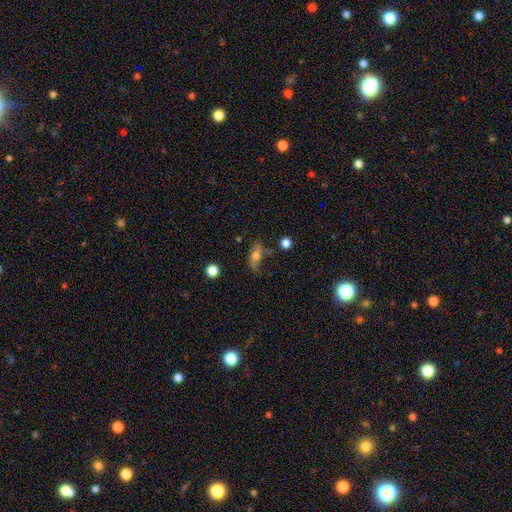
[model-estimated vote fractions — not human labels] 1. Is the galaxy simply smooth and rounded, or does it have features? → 50% smooth, 39% featured or disk, 11% star or artifact.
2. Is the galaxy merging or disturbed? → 52% none, 26% minor disturbance, 15% major disturbance, 6% merger.